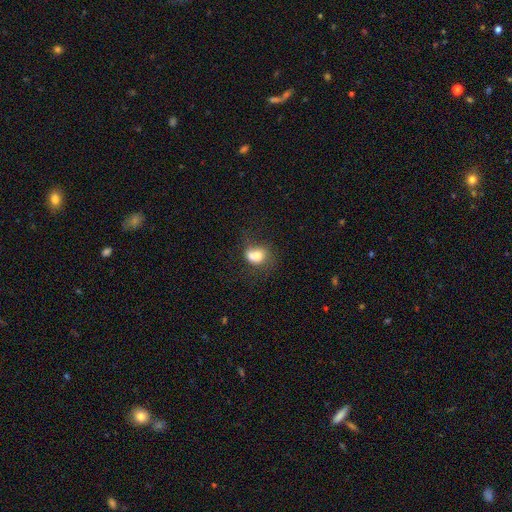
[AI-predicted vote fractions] A smooth galaxy with no disk features (65%) that is round (59%).

Vote fractions:
- Smooth or featured? smooth: 65% / featured or disk: 25% / star or artifact: 10%
- How rounded? round: 59% / in between: 40% / cigar-shaped: 1%
- Merging? merger: 60% / none: 24% / minor disturbance: 10% / major disturbance: 6%